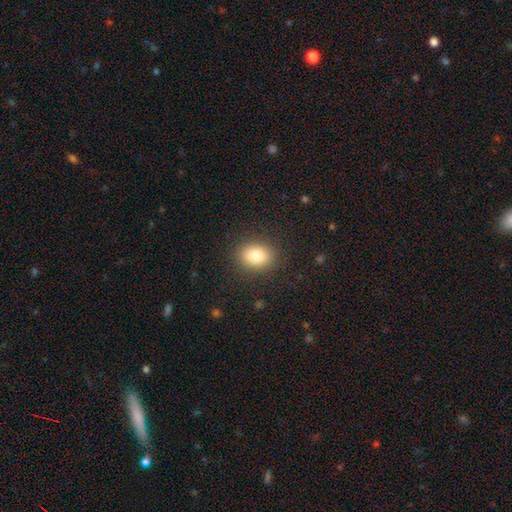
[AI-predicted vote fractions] A smooth galaxy with no disk features (83%) that is in between round and cigar-shaped (61%).

Vote fractions:
- Smooth or featured? smooth: 83% / star or artifact: 9% / featured or disk: 7%
- How rounded? in between: 61% / round: 38% / cigar-shaped: 1%
- Merging? none: 87% / minor disturbance: 9% / major disturbance: 3% / merger: 1%